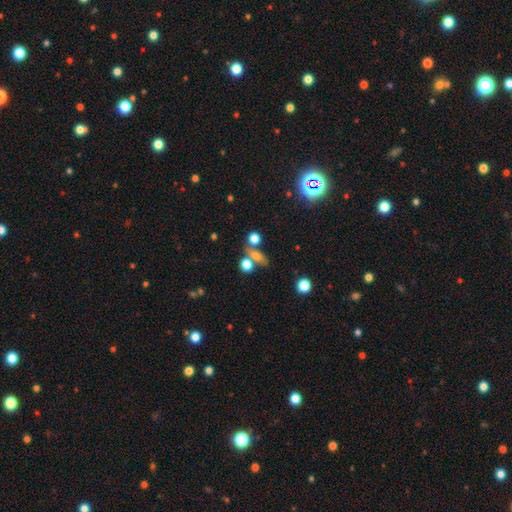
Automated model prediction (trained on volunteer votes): This is likely a smooth galaxy (65%). How rounded: possibly in between (52%). Merging: possibly none (48%).